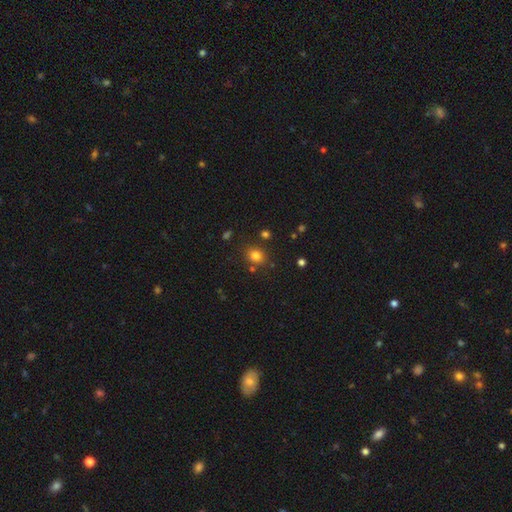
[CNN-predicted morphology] smooth-or-featured: smooth: 79% | star or artifact: 15% | featured or disk: 6%
  how-rounded: round: 68% | in between: 31% | cigar-shaped: 1%
  merging: none: 80% | minor disturbance: 10% | merger: 6% | major disturbance: 4%